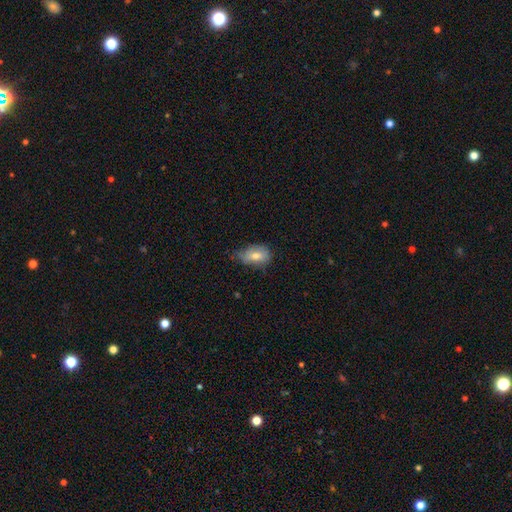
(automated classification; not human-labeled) A smooth galaxy with no disk features (70%) that is in between round and cigar-shaped (84%). Merging: minor disturbance (43%).